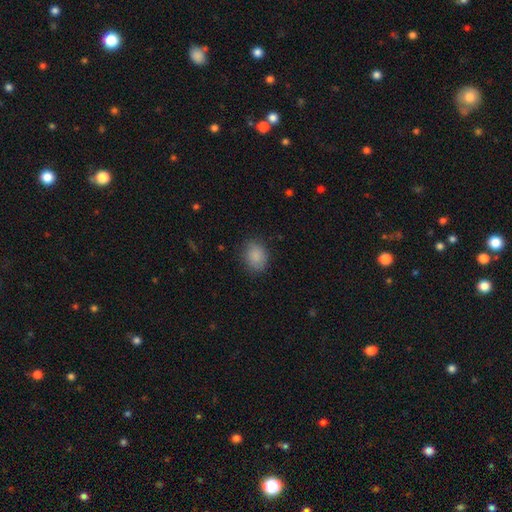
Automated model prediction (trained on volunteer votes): Q: Smooth or featured?
A: smooth (87%); runner-up: star or artifact (8%)
Q: How rounded?
A: in between (56%); runner-up: round (43%)
Q: Merging?
A: none (80%); runner-up: minor disturbance (15%)